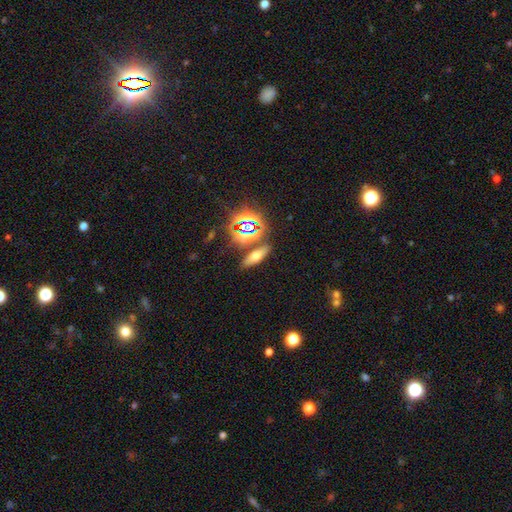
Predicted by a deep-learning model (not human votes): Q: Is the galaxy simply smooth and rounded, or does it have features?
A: smooth — 51%.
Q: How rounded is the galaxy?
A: in between — 48%.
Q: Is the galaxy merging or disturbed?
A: none — 81%.